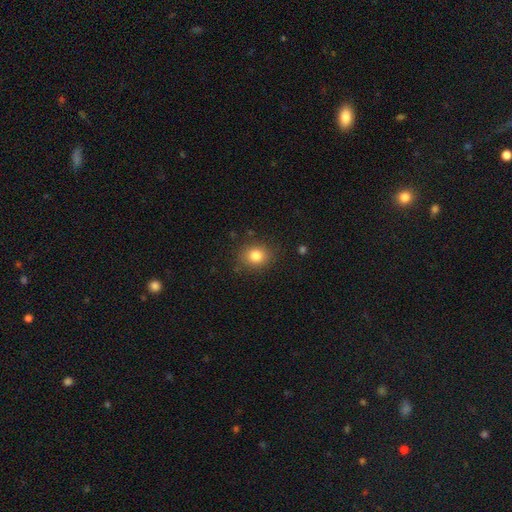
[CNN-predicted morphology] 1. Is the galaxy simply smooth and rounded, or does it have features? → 81% smooth, 11% star or artifact, 7% featured or disk.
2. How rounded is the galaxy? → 68% round, 31% in between, 1% cigar-shaped.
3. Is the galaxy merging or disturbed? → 85% none, 11% minor disturbance, 3% major disturbance, 1% merger.